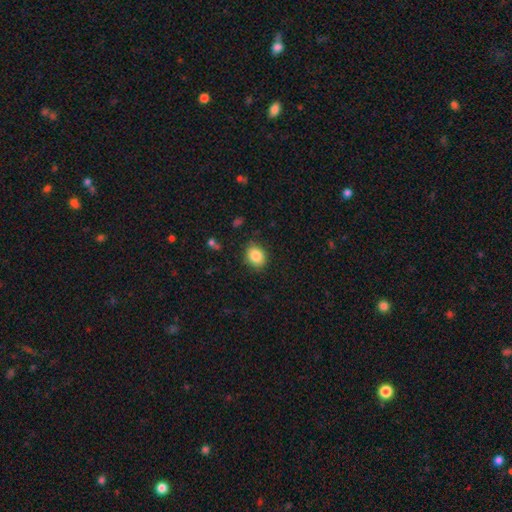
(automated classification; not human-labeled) Smooth or featured? smooth (86%)
How rounded? round (55%)
Merging? none (81%)